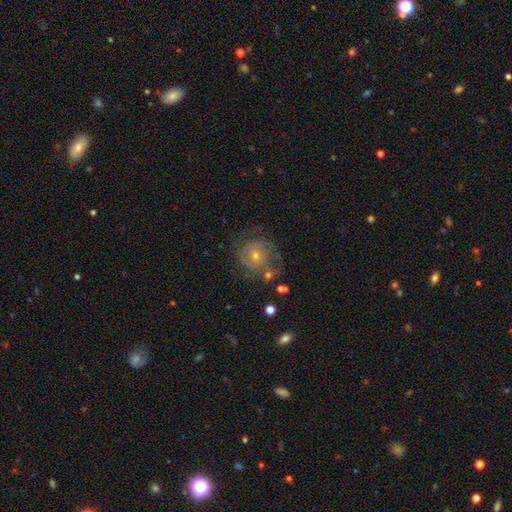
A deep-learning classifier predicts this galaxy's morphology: This is likely a featured or disk galaxy (63%). It is clearly not viewed edge-on (97%). Bar: likely no (79%). Spiral arm pattern: clearly yes (82%). Spiral arm count: marginally can't tell (42%). Spiral winding: likely tight (61%). Central bulge: possibly moderate (48%). Merging: likely none (68%).